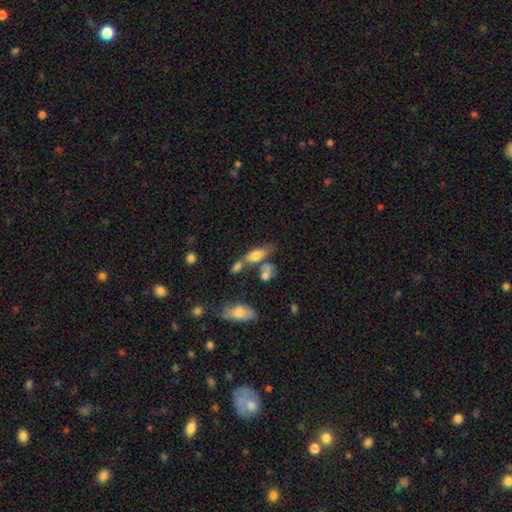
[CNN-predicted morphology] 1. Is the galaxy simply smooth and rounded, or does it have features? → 70% smooth, 21% featured or disk, 9% star or artifact.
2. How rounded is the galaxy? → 77% in between, 18% cigar-shaped, 5% round.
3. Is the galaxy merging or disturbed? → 42% none, 33% merger, 17% minor disturbance, 8% major disturbance.